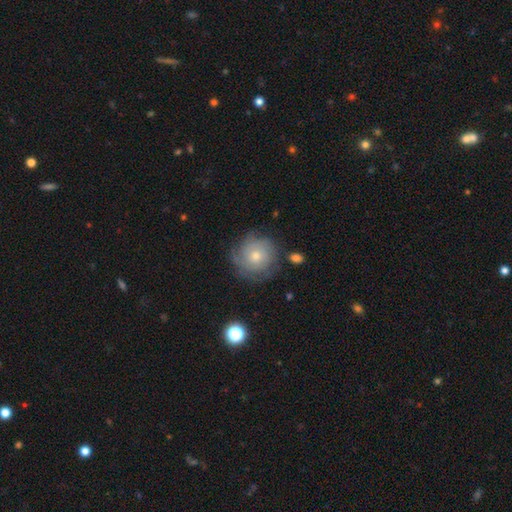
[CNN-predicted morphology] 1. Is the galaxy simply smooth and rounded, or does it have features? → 48% featured or disk, 41% smooth, 11% star or artifact.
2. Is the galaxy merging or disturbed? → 77% none, 15% minor disturbance, 6% major disturbance, 2% merger.